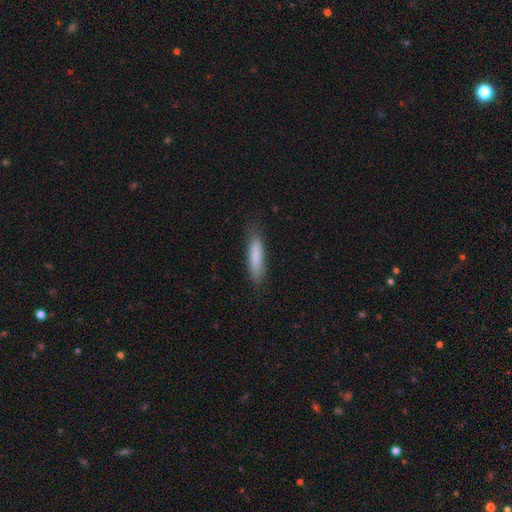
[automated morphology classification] Smooth or featured?
  - smooth: 82% *
  - featured or disk: 12%
  - star or artifact: 6%
How rounded?
  - cigar-shaped: 83% *
  - in between: 16%
  - round: 1%
Merging?
  - none: 83% *
  - minor disturbance: 13%
  - major disturbance: 3%
  - merger: 1%